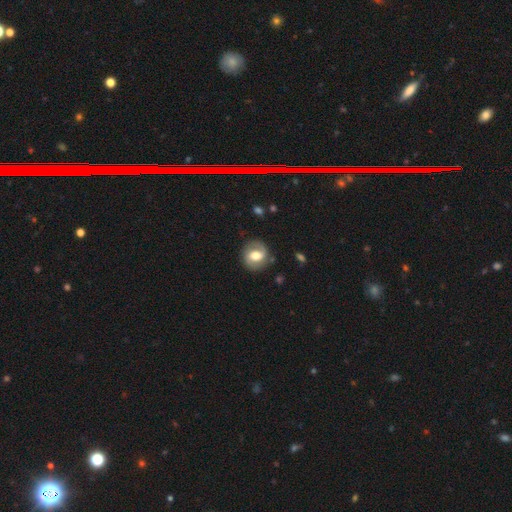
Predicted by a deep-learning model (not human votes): The model was most divided on "bar": weak: 45%, no: 35%, strong: 19%. More confident: edge-on disk — no (97%); spiral arms — yes (81%); merging — none (81%); bulge size — moderate (60%); smooth or featured — featured or disk (58%).